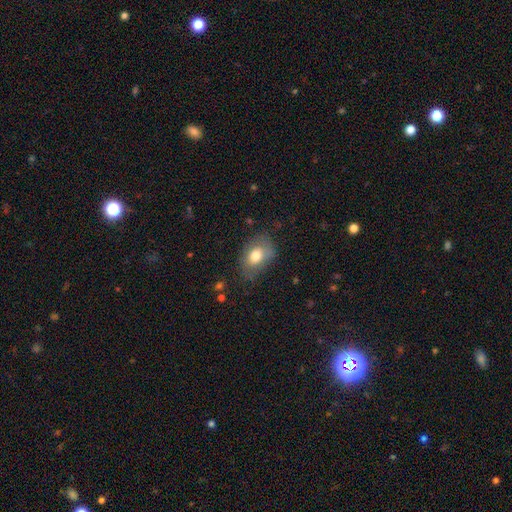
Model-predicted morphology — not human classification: This appears to be a smooth galaxy with no disk features (73%) that is in between round and cigar-shaped (81%). Merging: none (62%).